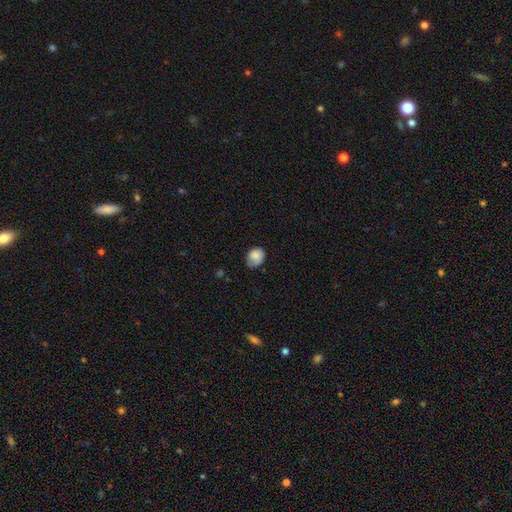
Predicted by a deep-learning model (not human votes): smooth-or-featured: smooth: 83% | featured or disk: 9% | star or artifact: 8%
  how-rounded: round: 51% | in between: 48% | cigar-shaped: 1%
  merging: none: 58% | minor disturbance: 33% | major disturbance: 7% | merger: 2%